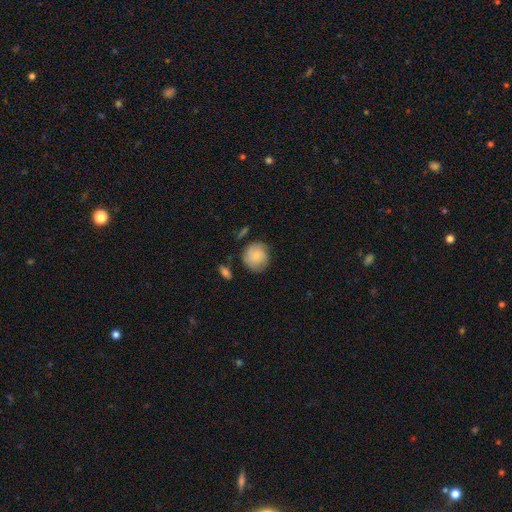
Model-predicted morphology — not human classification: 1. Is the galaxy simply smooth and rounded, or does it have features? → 76% smooth, 18% featured or disk, 7% star or artifact.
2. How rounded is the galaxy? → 88% round, 11% in between, 1% cigar-shaped.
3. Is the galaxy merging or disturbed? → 72% none, 20% minor disturbance, 5% major disturbance, 3% merger.